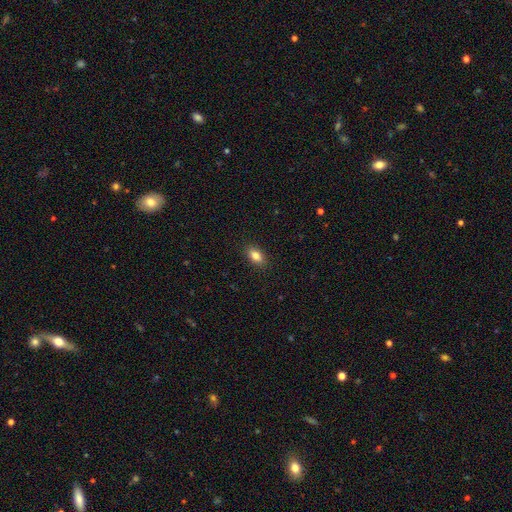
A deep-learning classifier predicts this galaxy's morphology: Q: Smooth or featured?
A: smooth (83%); runner-up: star or artifact (9%)
Q: How rounded?
A: in between (87%); runner-up: round (8%)
Q: Merging?
A: none (89%); runner-up: minor disturbance (8%)